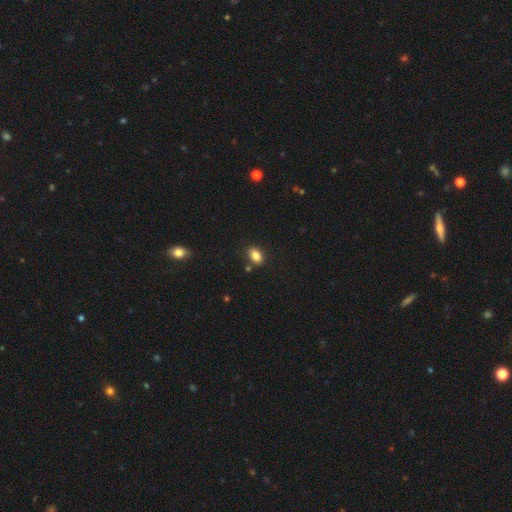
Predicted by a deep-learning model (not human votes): Smooth or featured? Predicted: smooth (p=0.85). How rounded? Predicted: in between (p=0.86). Merging? Predicted: none (p=0.80).